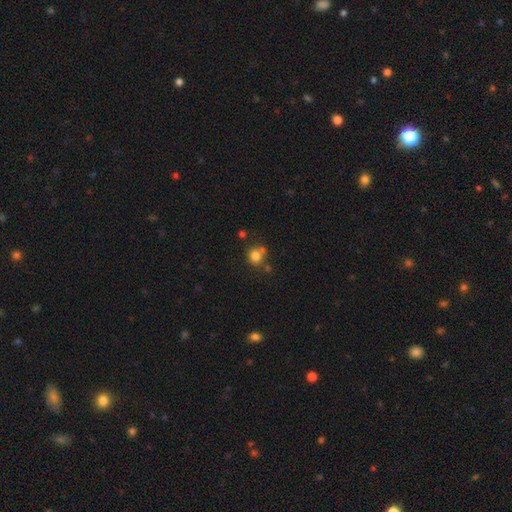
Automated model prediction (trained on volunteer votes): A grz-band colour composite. It shows a smooth galaxy with no disk features (79%) that is round (84%). Merging: none (61%).